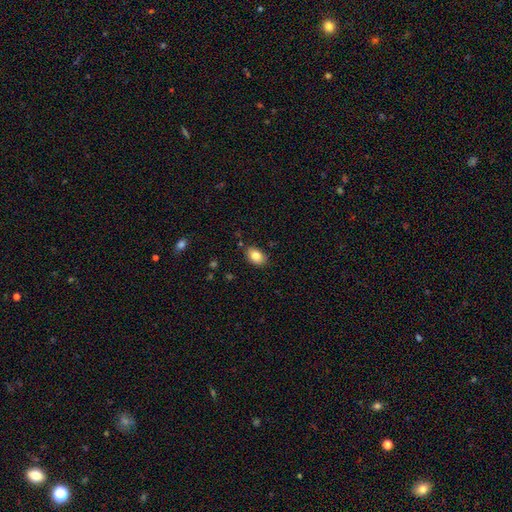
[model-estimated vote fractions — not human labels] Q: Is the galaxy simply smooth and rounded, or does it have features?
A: smooth — 82%.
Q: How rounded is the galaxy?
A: in between — 84%.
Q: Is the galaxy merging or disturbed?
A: none — 83%.